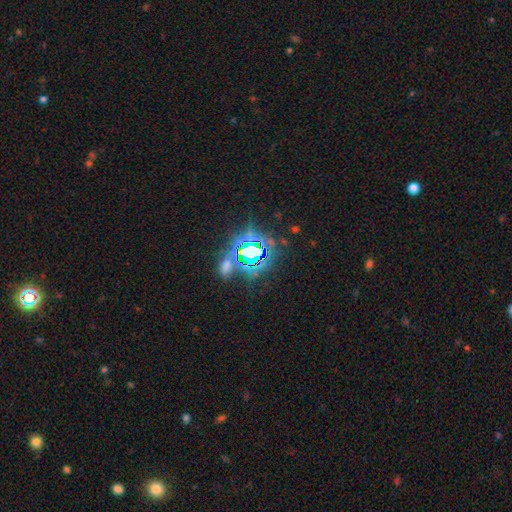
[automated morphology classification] star or artifact 78%, smooth 13%, featured or disk 9%.